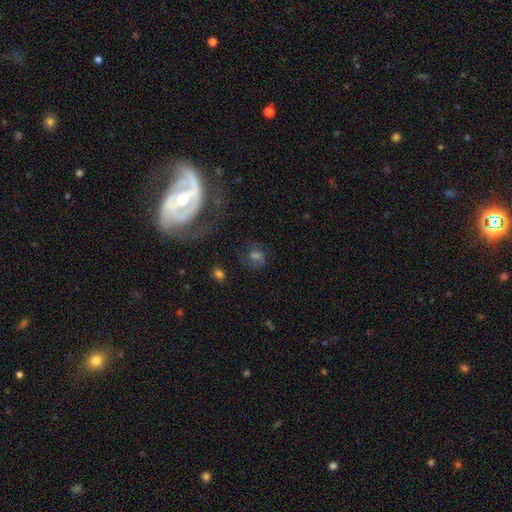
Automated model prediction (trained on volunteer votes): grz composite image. It shows a featured or disk galaxy (54%). Merging: none (62%).